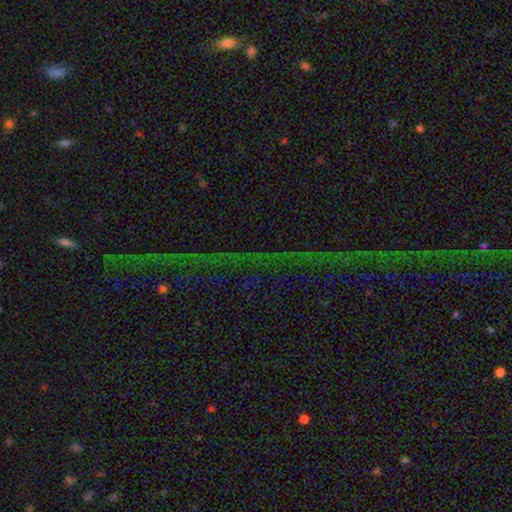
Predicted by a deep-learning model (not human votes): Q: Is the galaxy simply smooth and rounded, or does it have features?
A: star or artifact — 80%.